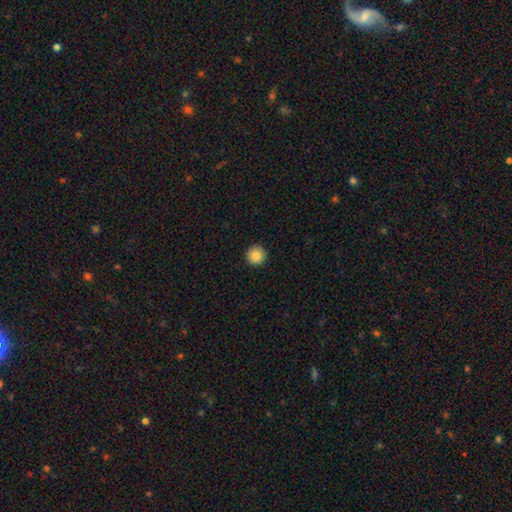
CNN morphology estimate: smooth 86%, star or artifact 9%, featured or disk 5%. Down the decision tree: how rounded — round (96%); merging — none (93%).